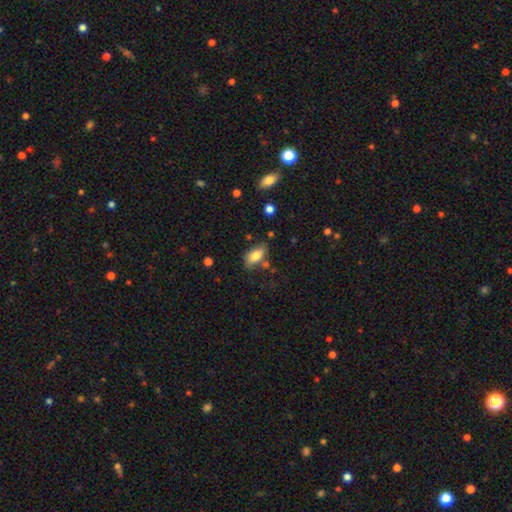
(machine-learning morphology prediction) type=smooth (79%); roundness=in between (90%); merging=none (70%).